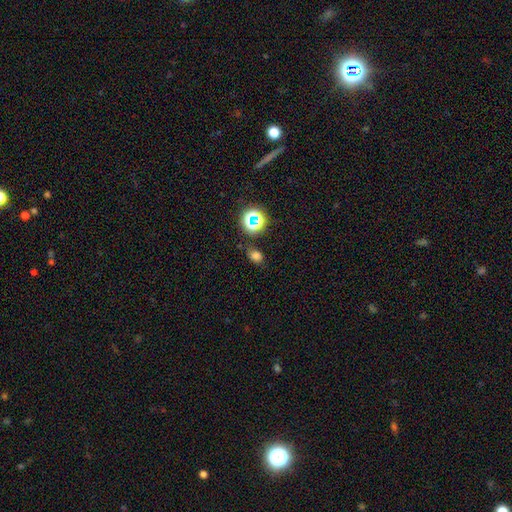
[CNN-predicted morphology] A smooth galaxy with no disk features (71%) that is in between round and cigar-shaped (62%).

Vote fractions:
- Smooth or featured? smooth: 71% / star or artifact: 24% / featured or disk: 6%
- How rounded? in between: 62% / round: 36% / cigar-shaped: 1%
- Merging? none: 78% / minor disturbance: 14% / merger: 4% / major disturbance: 4%